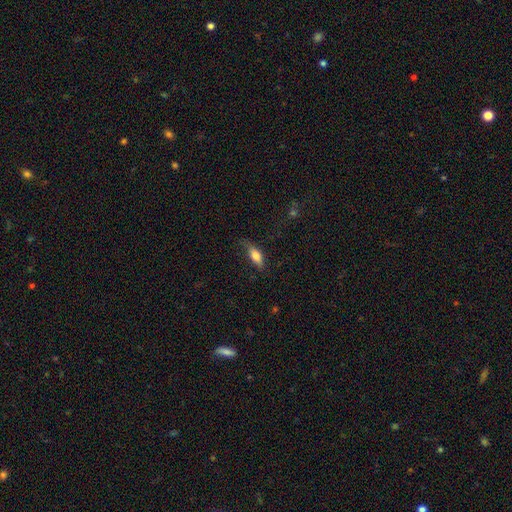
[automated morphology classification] smooth 76%, featured or disk 17%, star or artifact 7%. Down the decision tree: how rounded — in between (70%); merging — none (61%).